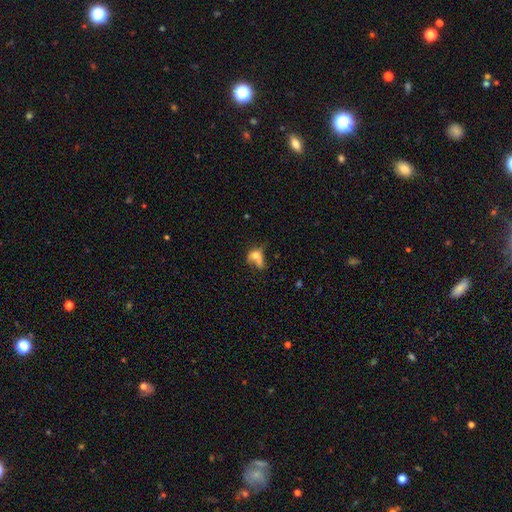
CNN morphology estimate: Smooth or featured: smooth — 63% (featured or disk — 24%)
How rounded: in between — 53% (round — 43%)
Merging: merger — 42% (none — 25%)